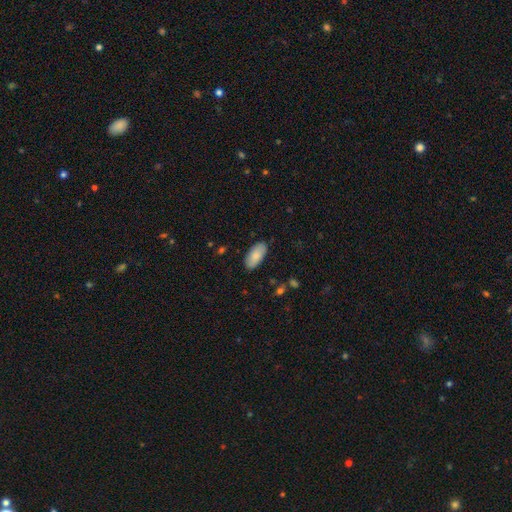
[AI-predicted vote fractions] smooth 83%, featured or disk 11%, star or artifact 6%. Down the decision tree: how rounded — in between (94%); merging — none (86%).